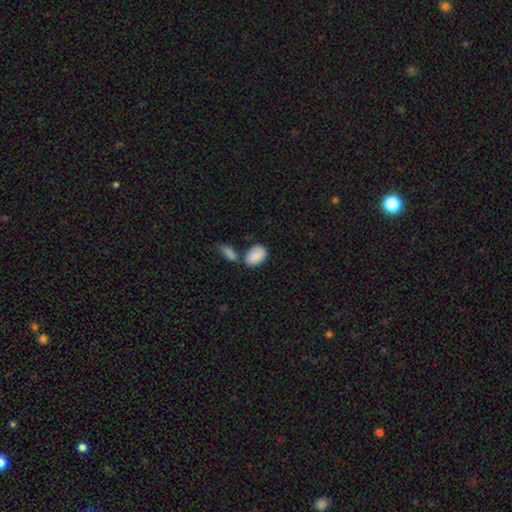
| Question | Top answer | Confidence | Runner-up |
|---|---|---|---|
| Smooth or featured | smooth | 88% | star or artifact (10%) |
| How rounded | in between | 86% | round (11%) |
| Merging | none | 42% | merger (33%) |